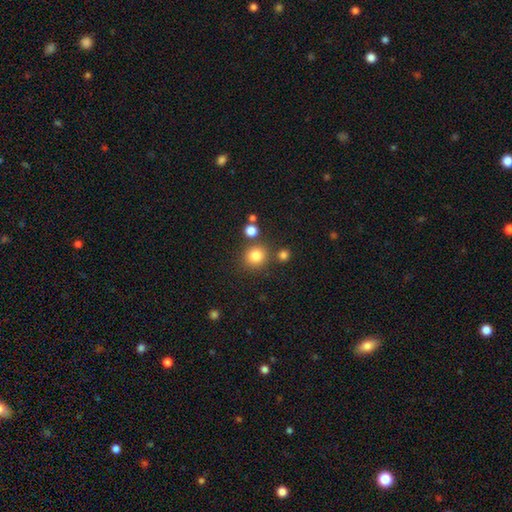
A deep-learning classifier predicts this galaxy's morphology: This is clearly a smooth galaxy (82%). How rounded: clearly round (89%). Merging: likely none (79%).